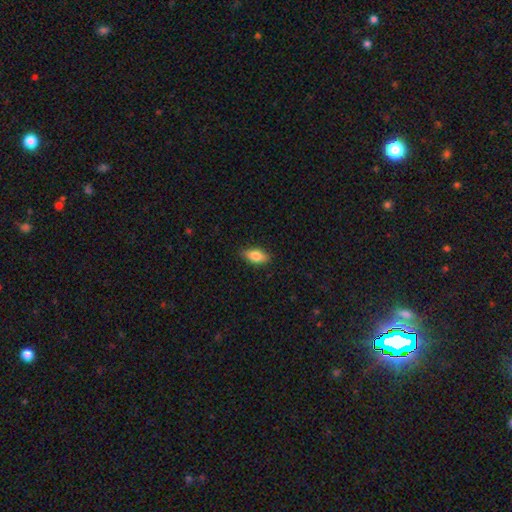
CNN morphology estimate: Smooth or featured: smooth — 81% (featured or disk — 12%)
How rounded: in between — 86% (cigar-shaped — 10%)
Merging: none — 86% (minor disturbance — 11%)